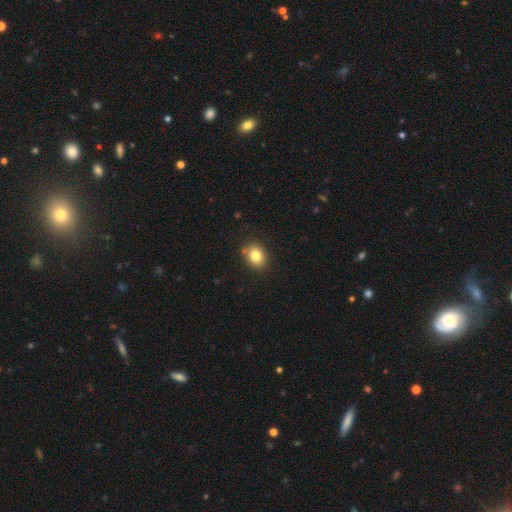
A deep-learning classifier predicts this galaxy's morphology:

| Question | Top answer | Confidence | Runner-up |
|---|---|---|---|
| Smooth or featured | smooth | 82% | star or artifact (10%) |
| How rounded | round | 51% | in between (48%) |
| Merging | none | 84% | minor disturbance (11%) |